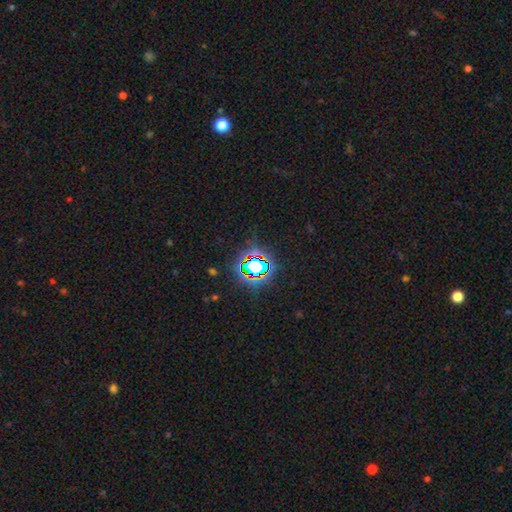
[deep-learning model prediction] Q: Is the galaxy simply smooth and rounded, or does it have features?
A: star or artifact — 78%.